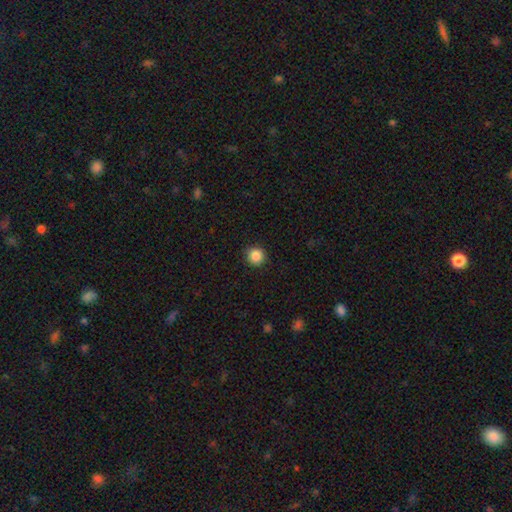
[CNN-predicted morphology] Smooth or featured?
  - smooth: 87% *
  - star or artifact: 10%
  - featured or disk: 3%
How rounded?
  - round: 95% *
  - in between: 5%
  - cigar-shaped: 1%
Merging?
  - none: 91% *
  - minor disturbance: 6%
  - major disturbance: 2%
  - merger: 1%